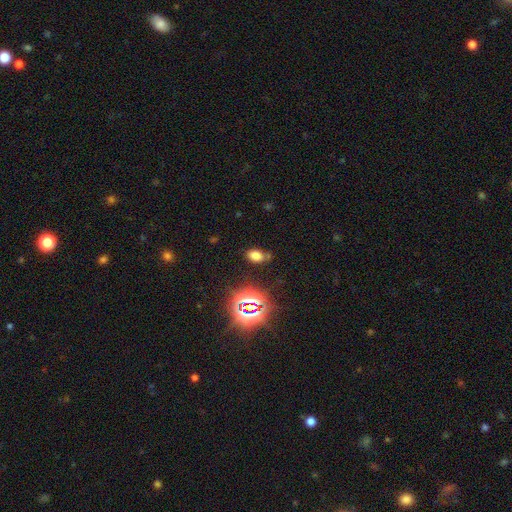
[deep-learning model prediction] Overall: smooth (68%). How rounded: in between (84%). Merging: none (69%).